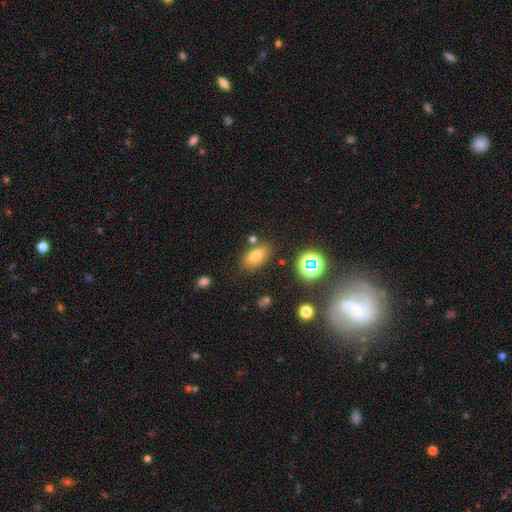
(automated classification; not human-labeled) This appears to be a smooth galaxy with no disk features (74%) that is in between round and cigar-shaped (83%). Merging: none (78%).